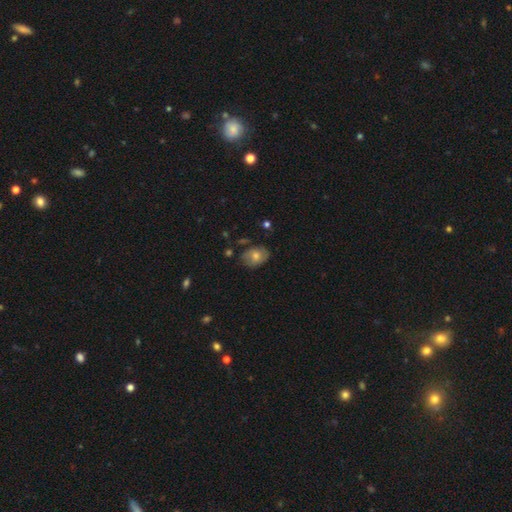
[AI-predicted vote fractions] Smooth or featured?
  - smooth: 59% *
  - featured or disk: 30%
  - star or artifact: 11%
How rounded?
  - in between: 70% *
  - round: 28%
  - cigar-shaped: 1%
Merging?
  - none: 70% *
  - minor disturbance: 21%
  - major disturbance: 6%
  - merger: 3%